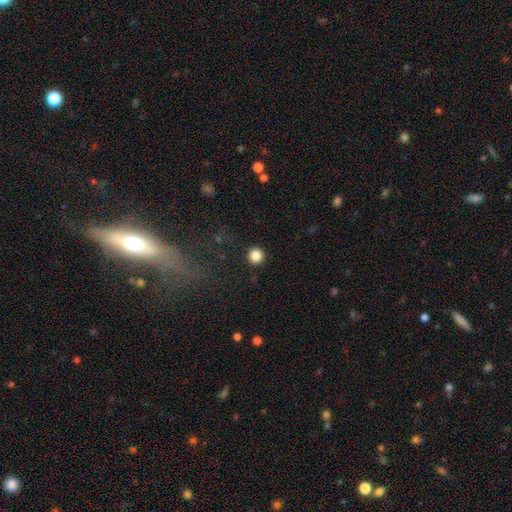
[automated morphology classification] A smooth galaxy with no disk features (85%) that is round (96%). Merging: none (92%).